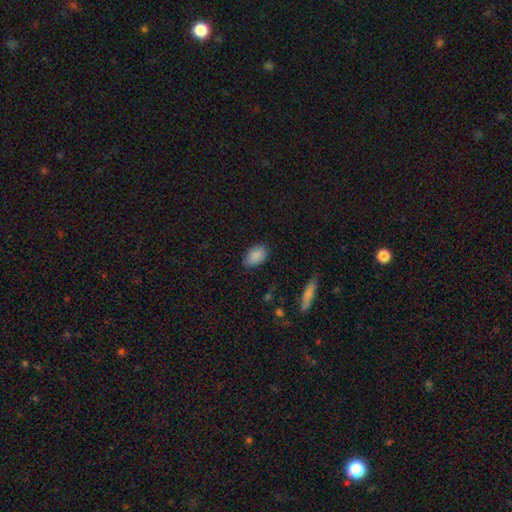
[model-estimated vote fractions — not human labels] smooth-or-featured: smooth: 88% | star or artifact: 8% | featured or disk: 5%
  how-rounded: in between: 89% | round: 9% | cigar-shaped: 2%
  merging: none: 81% | minor disturbance: 15% | major disturbance: 3% | merger: 1%